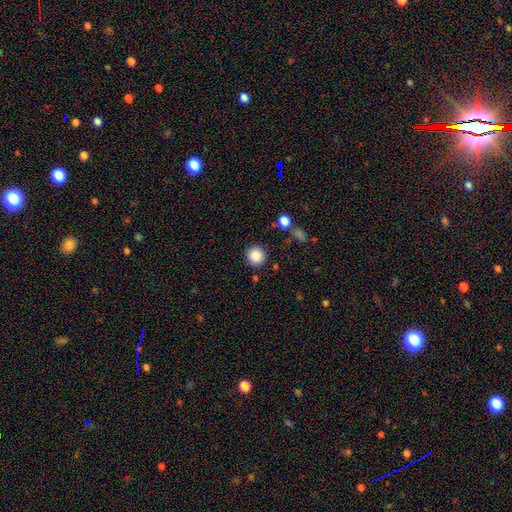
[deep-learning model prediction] The model was most divided on "smooth or featured": smooth: 87%, star or artifact: 9%, featured or disk: 3%. More confident: how rounded — round (93%); merging — none (87%).